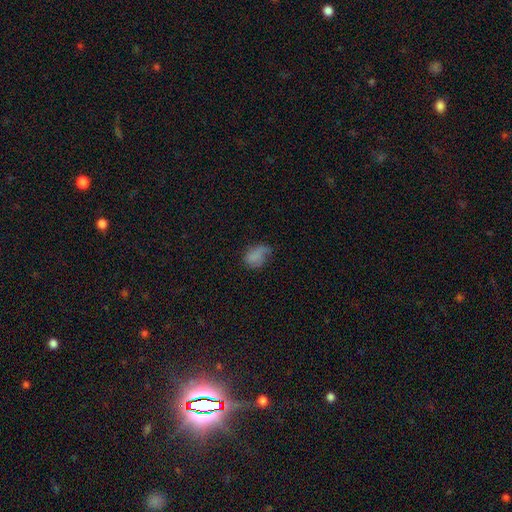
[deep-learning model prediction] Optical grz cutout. It shows a smooth galaxy with no disk features (74%) that is in between round and cigar-shaped (78%). Merging: none (38%).